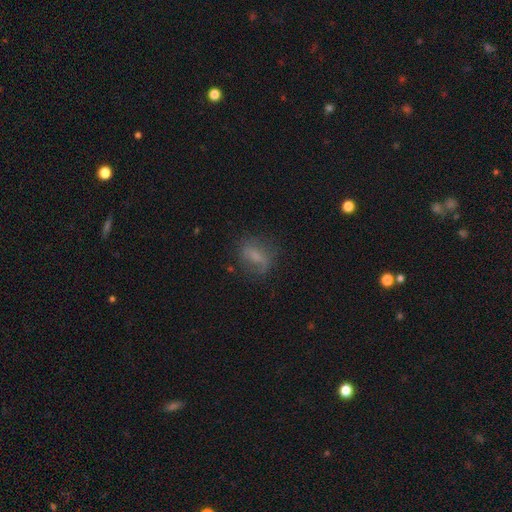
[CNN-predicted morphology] Overall: smooth (52%; featured or disk 35%). How rounded: in between (63%; round 32%). Merging: none (63%).